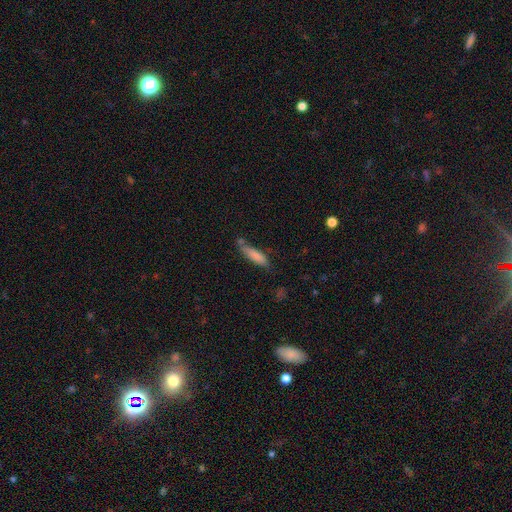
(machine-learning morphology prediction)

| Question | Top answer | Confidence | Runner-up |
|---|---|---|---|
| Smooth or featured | smooth | 82% | featured or disk (11%) |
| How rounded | cigar-shaped | 70% | in between (28%) |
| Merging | none | 61% | minor disturbance (23%) |